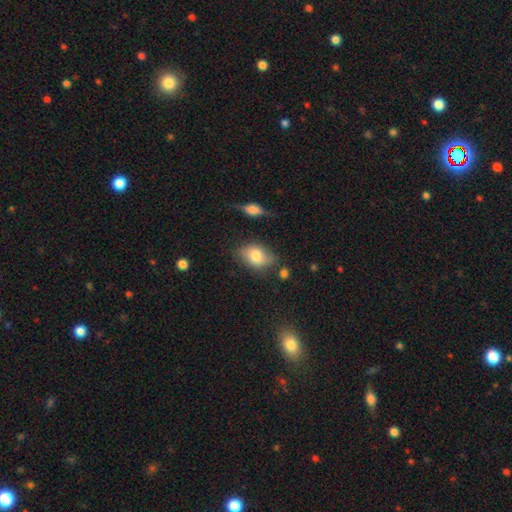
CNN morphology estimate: Smooth or featured? smooth (74%)
How rounded? in between (82%)
Merging? none (64%)